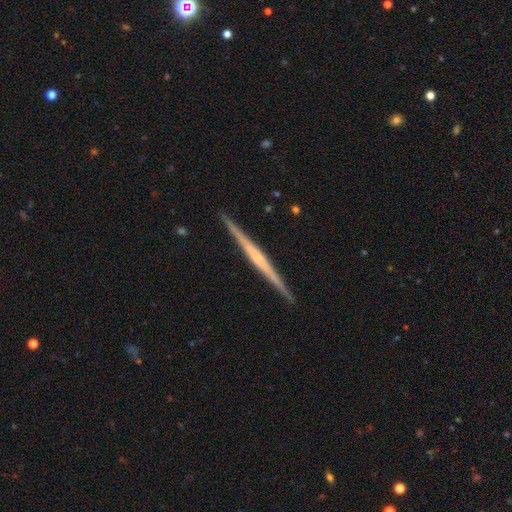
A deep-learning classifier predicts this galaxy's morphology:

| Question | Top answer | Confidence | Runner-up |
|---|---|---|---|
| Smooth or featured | featured or disk | 76% | smooth (19%) |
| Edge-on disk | yes | 99% | no (1%) |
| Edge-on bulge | none | 43% | rounded (40%) |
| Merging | none | 92% | minor disturbance (6%) |